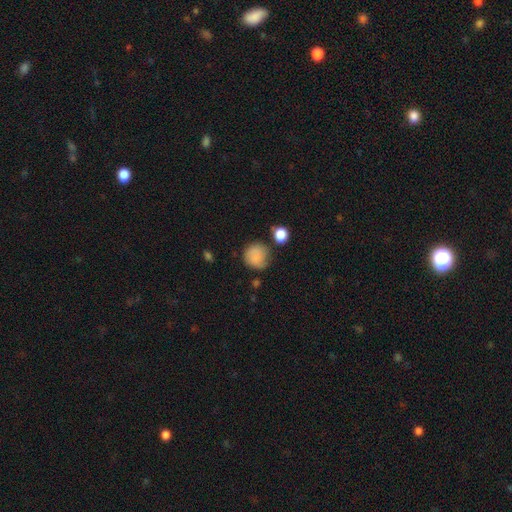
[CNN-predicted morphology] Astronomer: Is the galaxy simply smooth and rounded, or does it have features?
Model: smooth — 81%.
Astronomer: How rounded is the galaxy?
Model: round — 87%.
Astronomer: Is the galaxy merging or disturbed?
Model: none — 64%.